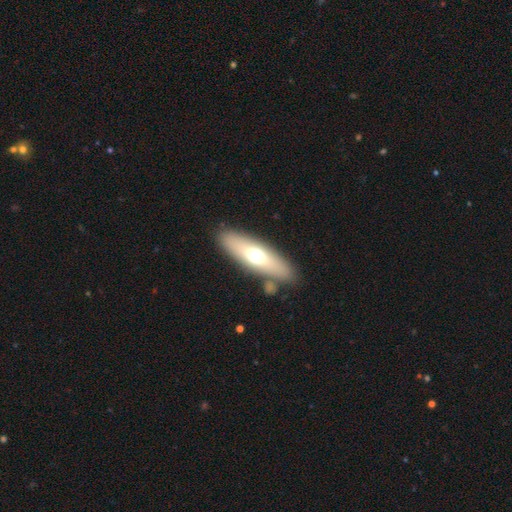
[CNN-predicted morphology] Smooth or featured?
  - smooth: 58% *
  - featured or disk: 36%
  - star or artifact: 6%
How rounded?
  - cigar-shaped: 52% *
  - in between: 45%
  - round: 2%
Merging?
  - none: 80% *
  - minor disturbance: 10%
  - merger: 7%
  - major disturbance: 3%